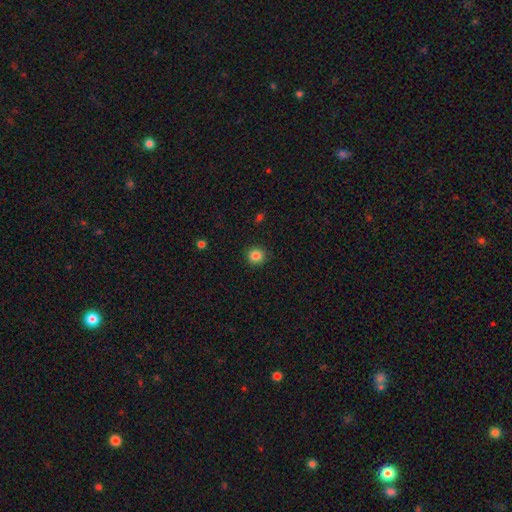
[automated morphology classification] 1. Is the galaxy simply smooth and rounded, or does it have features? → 85% smooth, 11% star or artifact, 5% featured or disk.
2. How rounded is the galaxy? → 94% round, 5% in between, 1% cigar-shaped.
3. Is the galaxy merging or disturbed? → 92% none, 5% minor disturbance, 2% major disturbance, 1% merger.